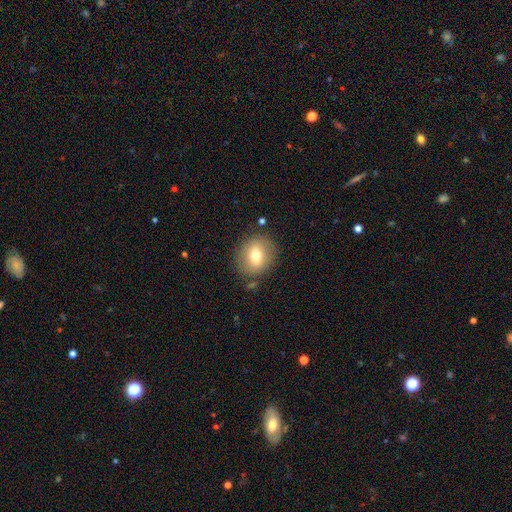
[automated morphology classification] Smooth or featured? Predicted: smooth (p=0.69). How rounded? Predicted: round (p=0.75). Merging? Predicted: none (p=0.83).